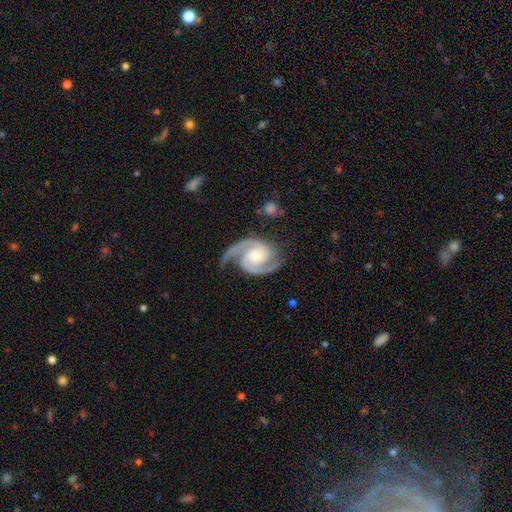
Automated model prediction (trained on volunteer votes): A featured or disk galaxy (93%) with no bar (61%), 2 (92%) medium (50%) spiral arms (99%) and a moderate central bulge (56%). Merging: none (69%).